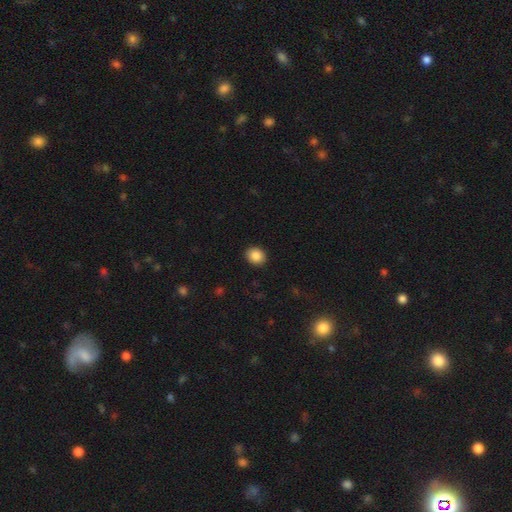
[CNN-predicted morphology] Q: Smooth or featured?
A: smooth (87%); runner-up: star or artifact (9%)
Q: How rounded?
A: round (64%); runner-up: in between (35%)
Q: Merging?
A: none (91%); runner-up: minor disturbance (6%)